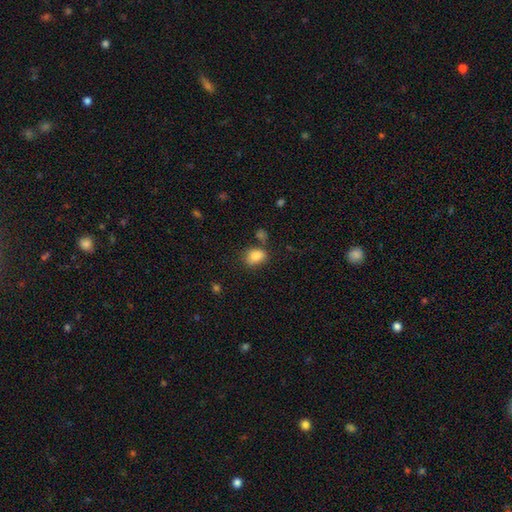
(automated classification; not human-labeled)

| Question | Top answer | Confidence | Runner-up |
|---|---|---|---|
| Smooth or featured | smooth | 84% | star or artifact (9%) |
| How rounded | in between | 61% | round (38%) |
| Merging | none | 67% | minor disturbance (18%) |